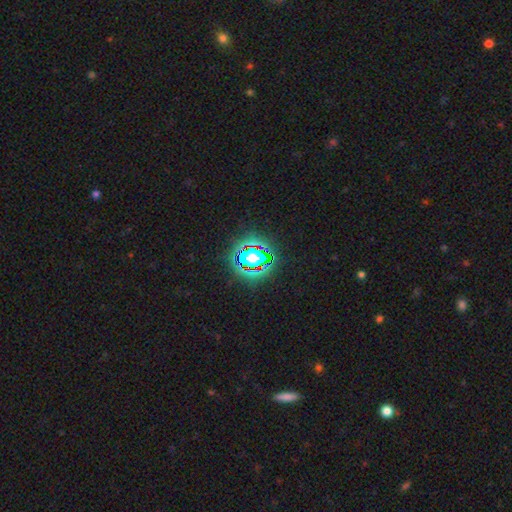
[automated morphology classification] Q: Smooth or featured?
A: star or artifact (63%); runner-up: smooth (24%)